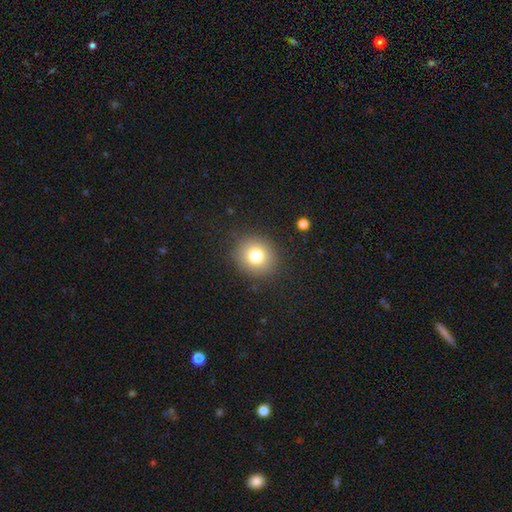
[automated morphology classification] Smooth or featured: smooth — 77% (star or artifact — 12%)
How rounded: round — 84% (in between — 15%)
Merging: none — 88% (minor disturbance — 8%)